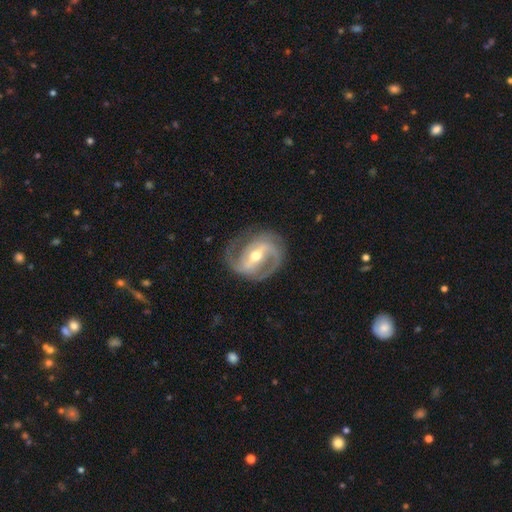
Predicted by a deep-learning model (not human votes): This appears to be a featured or disk galaxy (90%) with a strong bar (52%), 2 (85%) medium (52%) spiral arms (96%) and a moderate central bulge (66%). Merging: none (78%).